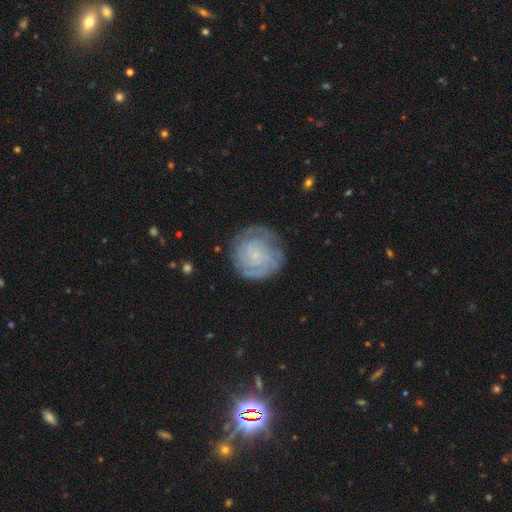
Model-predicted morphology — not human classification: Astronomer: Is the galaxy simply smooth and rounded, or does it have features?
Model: featured or disk — 78%.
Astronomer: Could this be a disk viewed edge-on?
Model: no — 98%.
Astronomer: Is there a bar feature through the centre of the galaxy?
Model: no — 77%.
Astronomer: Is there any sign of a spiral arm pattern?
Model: yes — 95%.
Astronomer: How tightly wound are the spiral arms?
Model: tight — 77%.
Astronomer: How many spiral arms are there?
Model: can't tell — 33% (runner-up: 2, 22%).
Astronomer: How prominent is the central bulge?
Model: small — 78%.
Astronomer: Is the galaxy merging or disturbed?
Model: none — 78%.